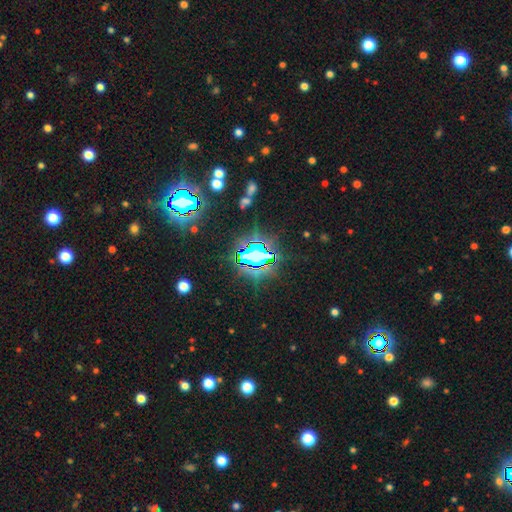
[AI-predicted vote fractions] Smooth or featured? star or artifact (70%)